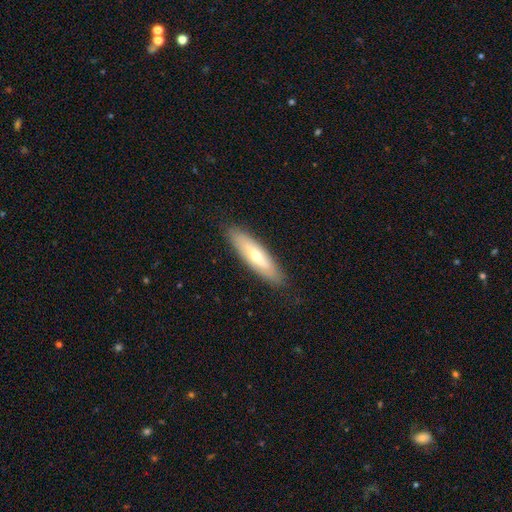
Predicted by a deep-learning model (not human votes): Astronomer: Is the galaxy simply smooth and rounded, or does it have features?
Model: smooth — 55% (runner-up: featured or disk, 40%).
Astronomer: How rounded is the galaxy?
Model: cigar-shaped — 65%.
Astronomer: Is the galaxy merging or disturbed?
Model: none — 88%.